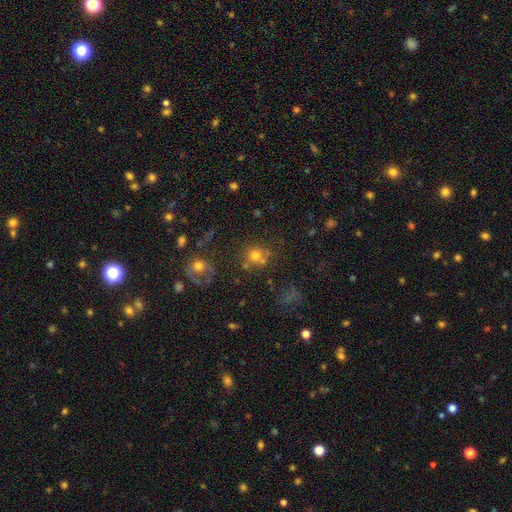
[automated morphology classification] The model was most divided on "merging": none: 60%, merger: 21%, minor disturbance: 12%, major disturbance: 7%. More confident: how rounded — round (84%); smooth or featured — smooth (68%).